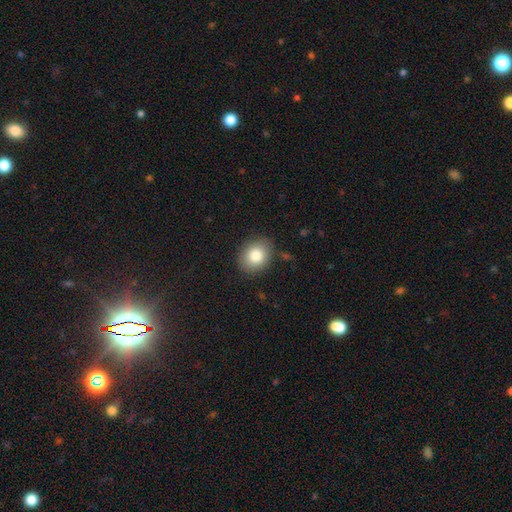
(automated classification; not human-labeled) Smooth or featured: smooth — 82% (star or artifact — 9%)
How rounded: round — 50% (in between — 49%)
Merging: none — 86% (minor disturbance — 10%)